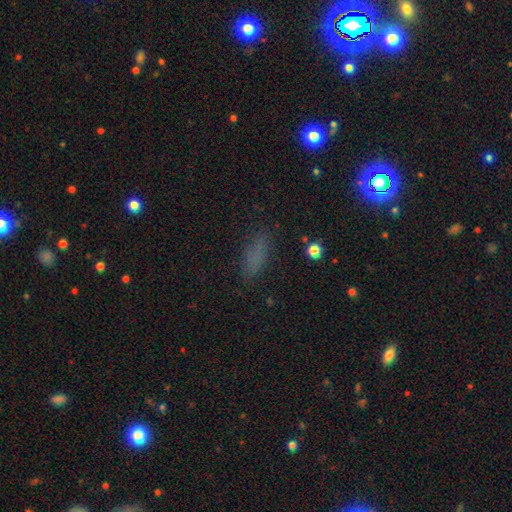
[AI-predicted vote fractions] This appears to be a smooth galaxy with no disk features (71%) that is in between round and cigar-shaped (56%). Merging: none (80%).